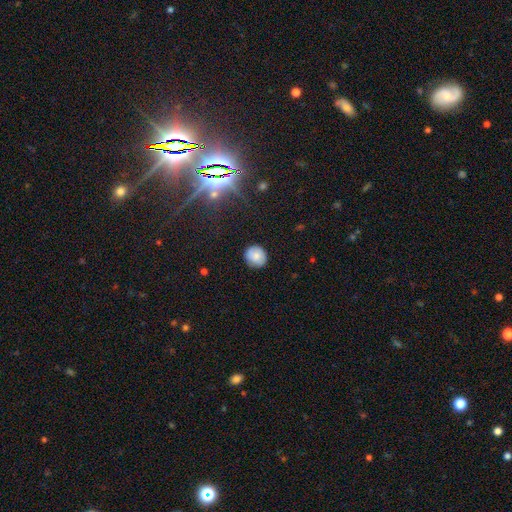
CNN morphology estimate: smooth-or-featured: smooth: 78% | featured or disk: 13% | star or artifact: 10%
  how-rounded: round: 84% | in between: 15% | cigar-shaped: 1%
  merging: none: 85% | minor disturbance: 11% | major disturbance: 2% | merger: 1%